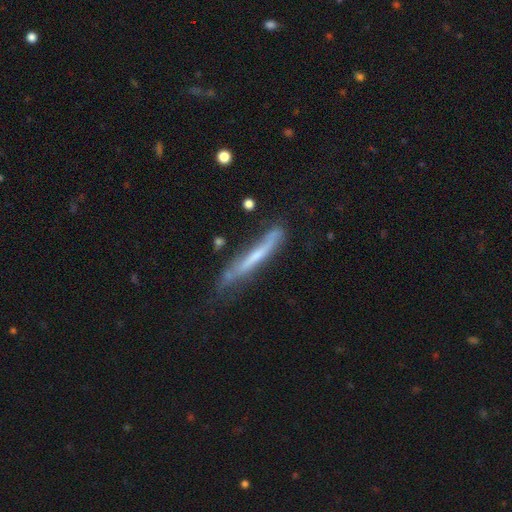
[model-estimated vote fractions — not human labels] Smooth or featured?
  - featured or disk: 55% *
  - smooth: 38%
  - star or artifact: 7%
Edge-on disk?
  - yes: 84% *
  - no: 16%
Merging?
  - none: 53% *
  - minor disturbance: 30%
  - major disturbance: 12%
  - merger: 5%